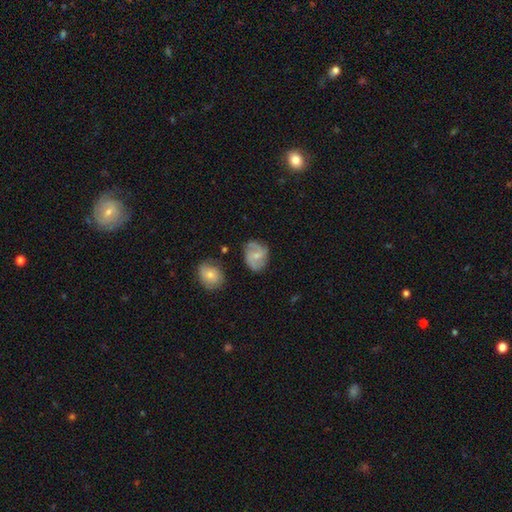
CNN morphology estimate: The model was most divided on "bulge size": small: 55%, moderate: 38%, none: 4%, large: 1%, dominant: 1%. More confident: edge-on disk — no (97%); spiral arms — yes (86%); merging — none (68%); bar — no (59%); smooth or featured — featured or disk (57%).